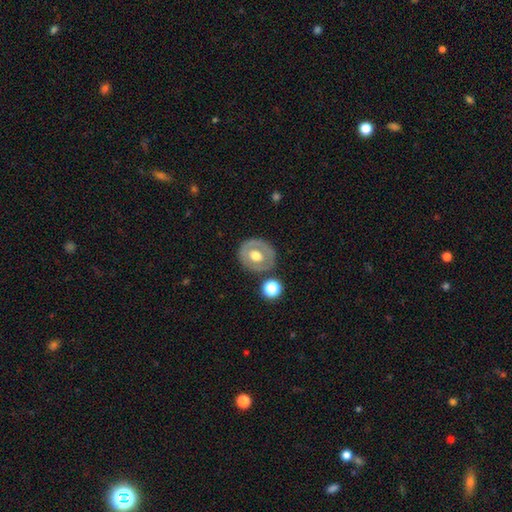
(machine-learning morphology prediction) A featured or disk galaxy (49%).

Vote fractions:
- Smooth or featured? featured or disk: 49% / smooth: 44% / star or artifact: 7%
- Merging? none: 78% / minor disturbance: 12% / merger: 5% / major disturbance: 4%